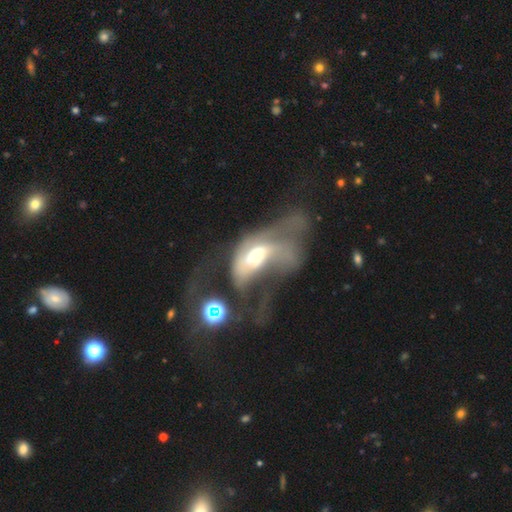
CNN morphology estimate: featured or disk 66%, smooth 24%, star or artifact 11%. Down the decision tree: edge-on disk — no (92%); bar — no (60%); spiral arms — no (55%); bulge size — moderate (57%); merging — major disturbance (61%).